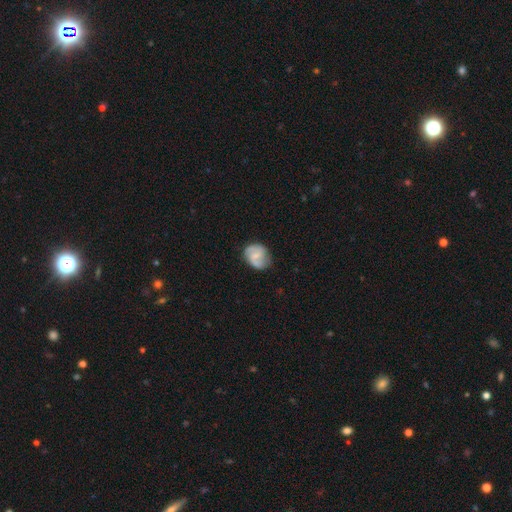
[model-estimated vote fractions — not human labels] smooth_or_featured: featured or disk (p=0.57) [alt: smooth p=0.36]
disk_edge_on: no (p=0.98) [alt: yes p=0.02]
bar: weak (p=0.48) [alt: no p=0.40]
has_spiral_arms: yes (p=0.87) [alt: no p=0.13]
bulge_size: small (p=0.52) [alt: moderate p=0.27]
merging: none (p=0.67) [alt: minor disturbance p=0.24]